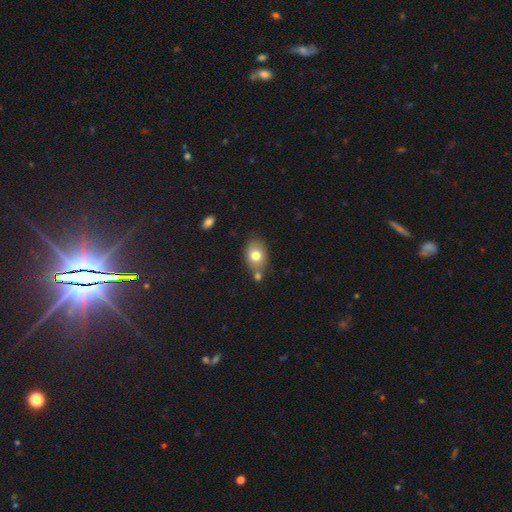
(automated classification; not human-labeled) Morphology: type=smooth (73%); roundness=in between (68%); merging=none (57%).